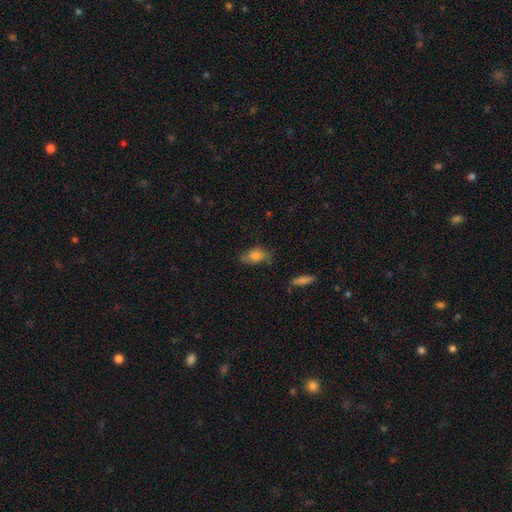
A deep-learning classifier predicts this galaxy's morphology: This appears to be a smooth galaxy with no disk features (76%) that is in between round and cigar-shaped (87%). Merging: none (58%).